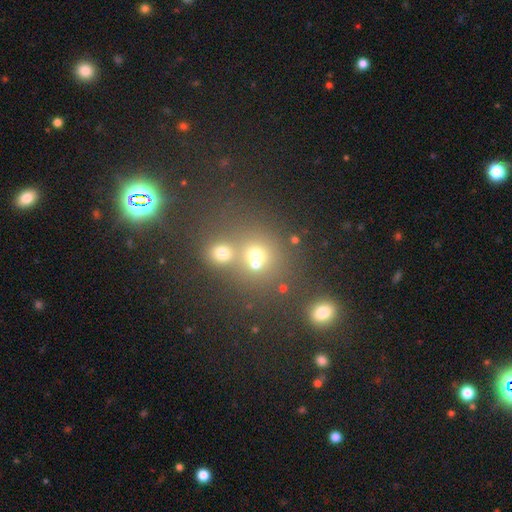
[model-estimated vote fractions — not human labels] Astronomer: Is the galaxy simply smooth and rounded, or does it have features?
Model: smooth — 66%.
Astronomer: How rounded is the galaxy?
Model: round — 82%.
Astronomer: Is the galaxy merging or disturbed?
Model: none — 45% (runner-up: merger, 42%).